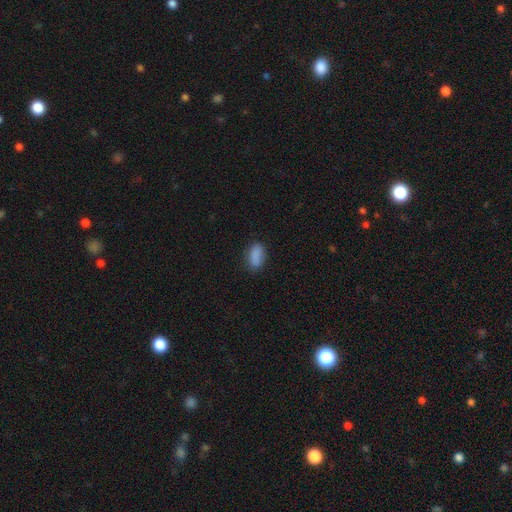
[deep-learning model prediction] Q: Smooth or featured?
A: smooth (87%); runner-up: star or artifact (8%)
Q: How rounded?
A: in between (89%); runner-up: round (6%)
Q: Merging?
A: none (78%); runner-up: minor disturbance (17%)